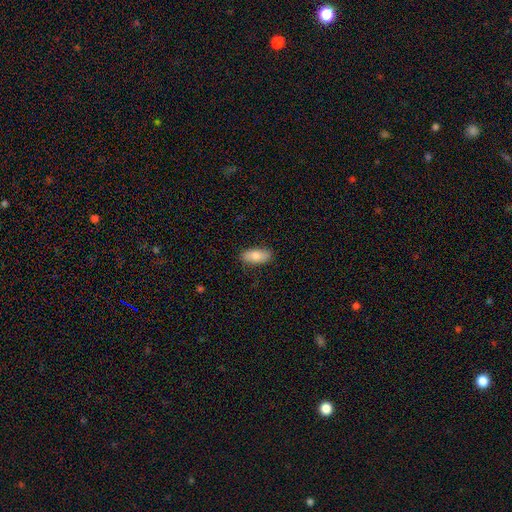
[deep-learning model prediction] Smooth or featured?
  - smooth: 78% *
  - featured or disk: 15%
  - star or artifact: 6%
How rounded?
  - in between: 89% *
  - cigar-shaped: 8%
  - round: 3%
Merging?
  - none: 85% *
  - minor disturbance: 11%
  - major disturbance: 2%
  - merger: 1%